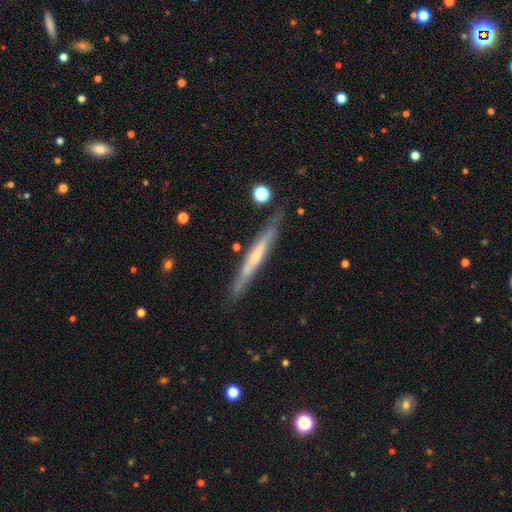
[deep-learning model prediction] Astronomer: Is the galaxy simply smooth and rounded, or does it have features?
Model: featured or disk — 61%.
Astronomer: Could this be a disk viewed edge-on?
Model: yes — 93%.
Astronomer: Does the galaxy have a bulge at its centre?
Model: none — 53% (runner-up: rounded, 39%).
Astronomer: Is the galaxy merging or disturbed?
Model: none — 83%.